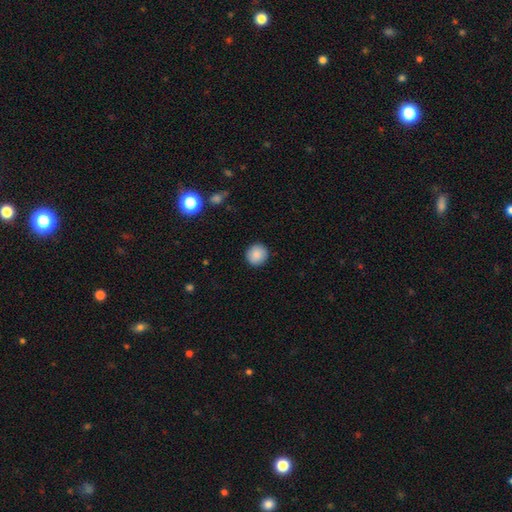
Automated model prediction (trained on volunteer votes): A smooth galaxy with no disk features (88%) that is round (93%).

Vote fractions:
- Smooth or featured? smooth: 88% / star or artifact: 8% / featured or disk: 4%
- How rounded? round: 93% / in between: 6% / cigar-shaped: 1%
- Merging? none: 91% / minor disturbance: 6% / major disturbance: 2% / merger: 1%